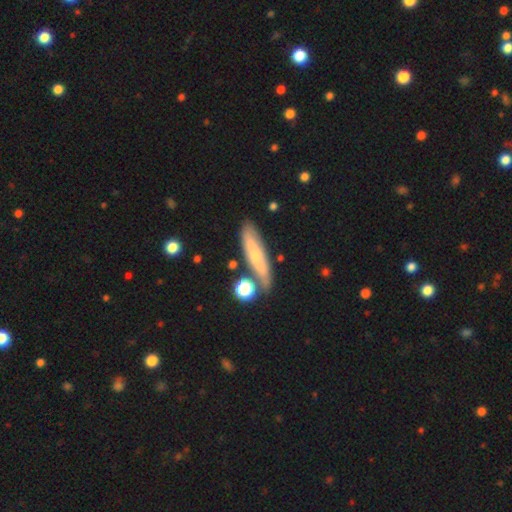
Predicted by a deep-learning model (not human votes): Smooth or featured: smooth — 49% (featured or disk — 43%)
Merging: none — 69% (minor disturbance — 16%)